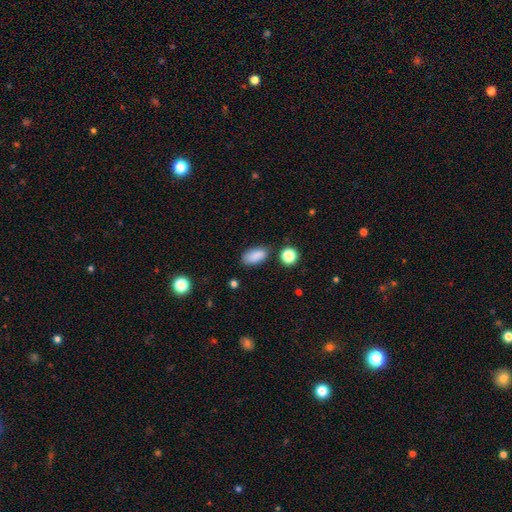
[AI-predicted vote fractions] This appears to be a smooth galaxy with no disk features (86%) that is in between round and cigar-shaped (89%). Merging: none (77%).